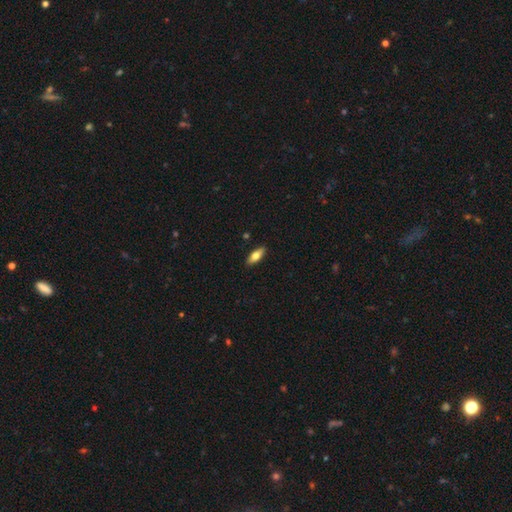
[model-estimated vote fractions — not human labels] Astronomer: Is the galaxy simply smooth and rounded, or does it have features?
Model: smooth — 69%.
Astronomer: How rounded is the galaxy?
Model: in between — 69%.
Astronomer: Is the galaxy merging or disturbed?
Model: none — 89%.